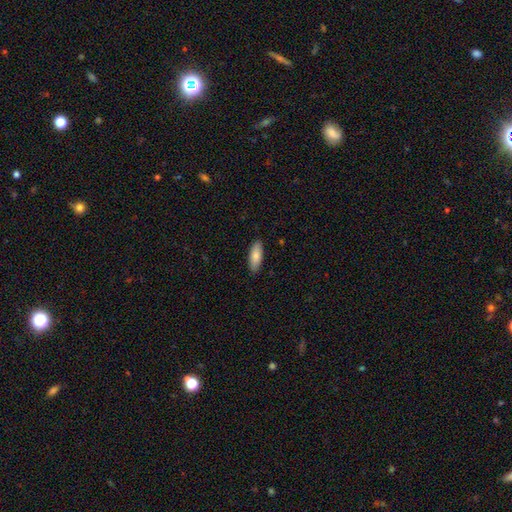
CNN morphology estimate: Smooth or featured? Predicted: smooth (p=0.81). How rounded? Predicted: in between (p=0.77). Merging? Predicted: none (p=0.89).